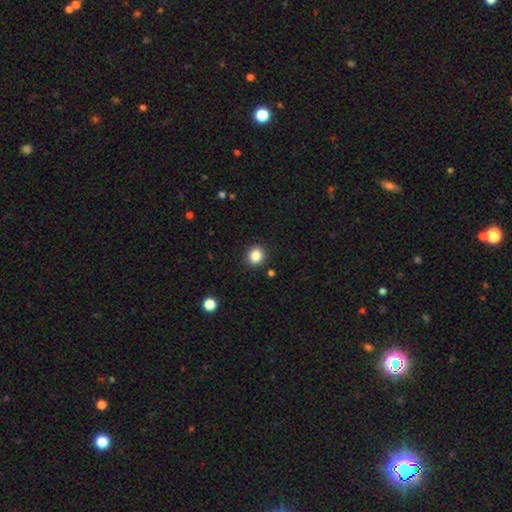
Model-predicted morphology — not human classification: smooth_or_featured: smooth (p=0.85) [alt: star or artifact p=0.11]
how_rounded: round (p=0.78) [alt: in between p=0.21]
merging: none (p=0.90) [alt: minor disturbance p=0.06]